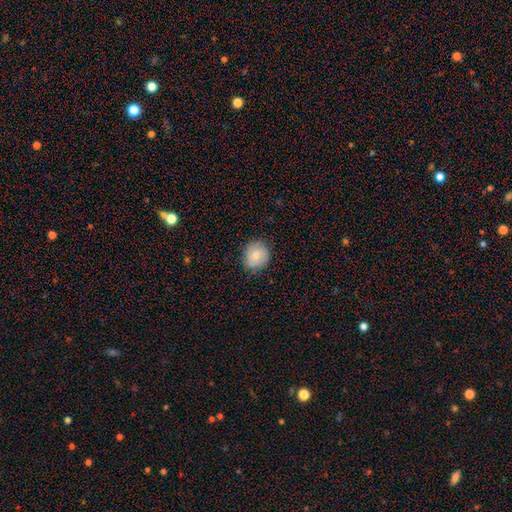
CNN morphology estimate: A smooth galaxy with no disk features (81%) that is round (79%).

Vote fractions:
- Smooth or featured? smooth: 81% / featured or disk: 12% / star or artifact: 8%
- How rounded? round: 79% / in between: 20% / cigar-shaped: 1%
- Merging? none: 83% / minor disturbance: 14% / major disturbance: 3% / merger: 1%